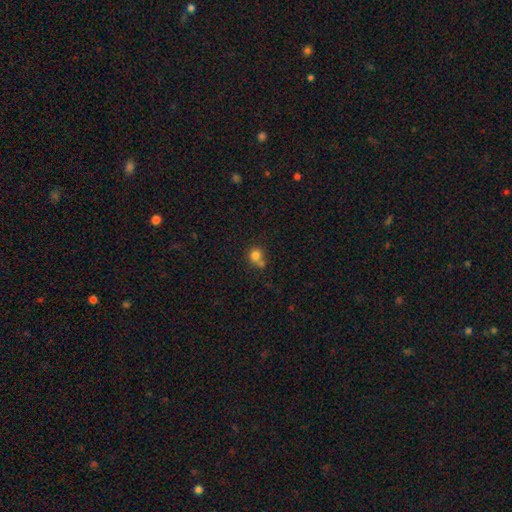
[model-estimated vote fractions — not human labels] Overall: smooth (78%). How rounded: round (83%). Merging: none (46%; merger 37%).